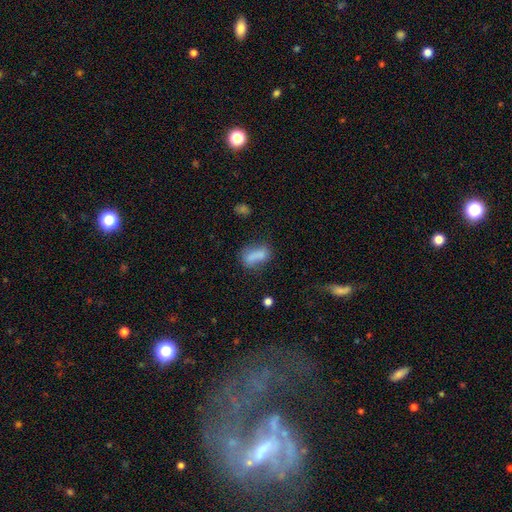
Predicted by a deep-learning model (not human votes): Overall: smooth (76%). How rounded: in between (78%). Merging: none (48%; minor disturbance 24%).